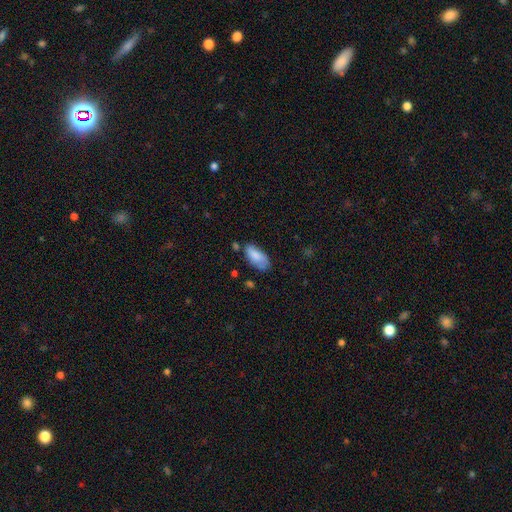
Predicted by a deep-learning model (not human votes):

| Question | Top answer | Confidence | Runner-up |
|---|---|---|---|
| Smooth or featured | smooth | 82% | featured or disk (12%) |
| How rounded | in between | 91% | cigar-shaped (7%) |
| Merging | none | 59% | minor disturbance (29%) |